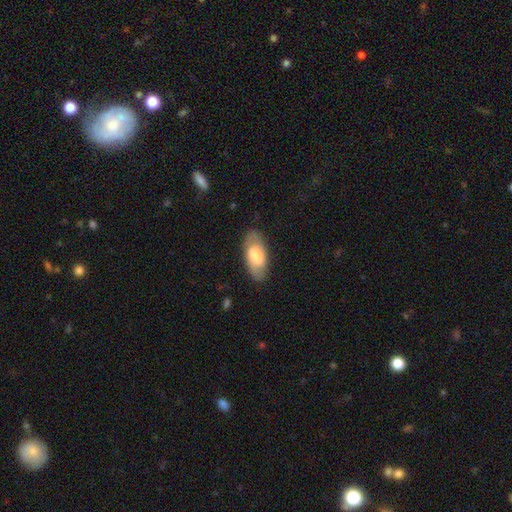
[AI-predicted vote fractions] smooth-or-featured: smooth: 55% | featured or disk: 39% | star or artifact: 6%
  how-rounded: in between: 90% | cigar-shaped: 8% | round: 3%
  merging: none: 80% | minor disturbance: 14% | major disturbance: 5% | merger: 1%